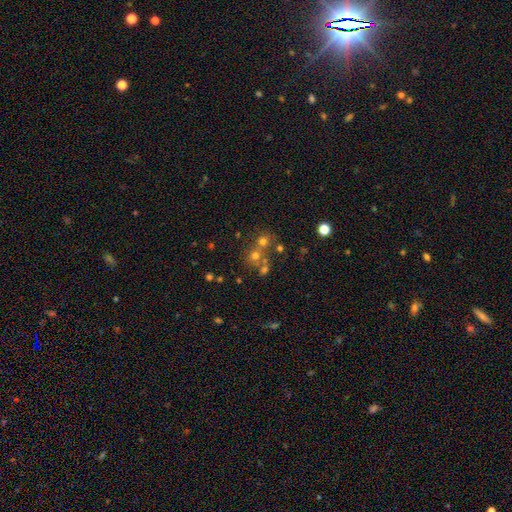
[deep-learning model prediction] Smooth or featured?
  - smooth: 52% *
  - star or artifact: 30%
  - featured or disk: 18%
How rounded?
  - round: 85% *
  - in between: 14%
  - cigar-shaped: 1%
Merging?
  - none: 52% *
  - merger: 37%
  - minor disturbance: 7%
  - major disturbance: 4%